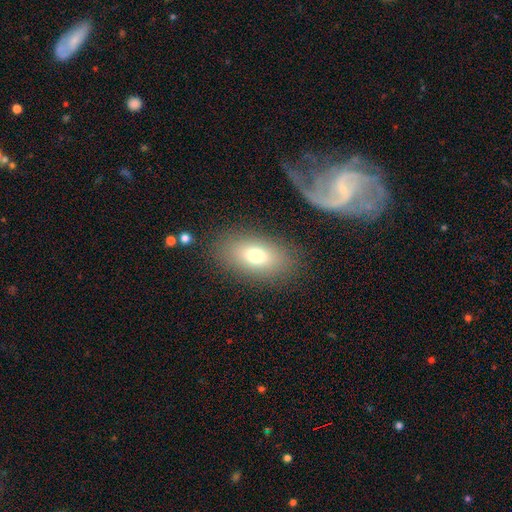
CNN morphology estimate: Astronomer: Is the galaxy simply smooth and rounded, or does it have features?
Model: smooth — 73%.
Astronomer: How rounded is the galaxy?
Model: in between — 87%.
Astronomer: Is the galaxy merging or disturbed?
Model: none — 83%.